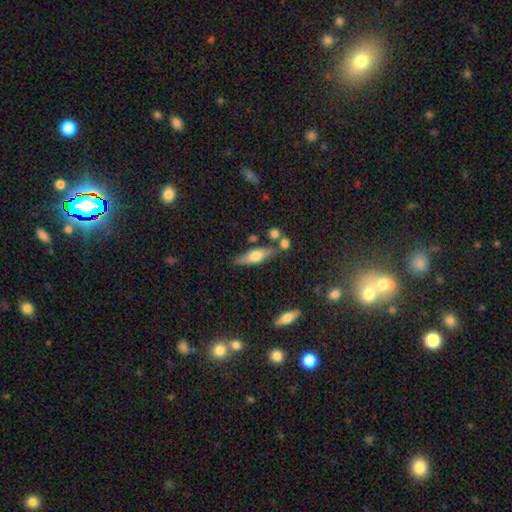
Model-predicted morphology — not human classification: type=smooth (48%); merging=none (73%).